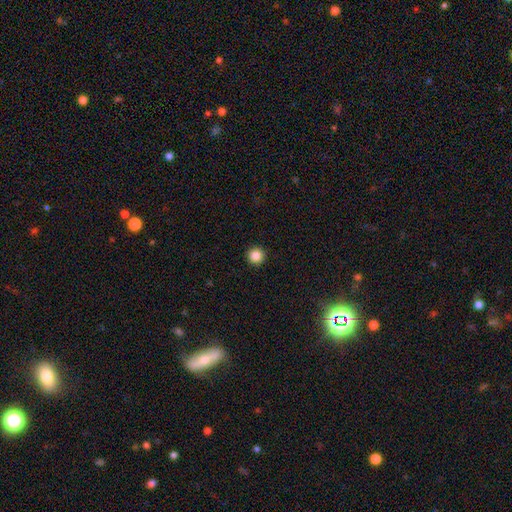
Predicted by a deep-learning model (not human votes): Smooth or featured? Predicted: smooth (p=0.86). How rounded? Predicted: round (p=0.96). Merging? Predicted: none (p=0.93).